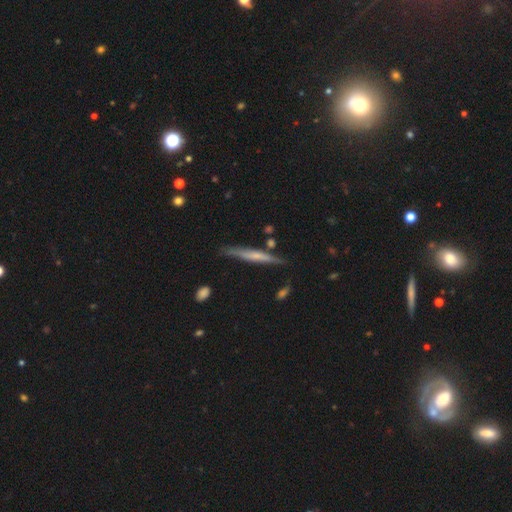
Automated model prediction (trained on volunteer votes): smooth-or-featured: featured or disk: 49% | smooth: 45% | star or artifact: 6%
  merging: none: 77% | minor disturbance: 16% | merger: 4% | major disturbance: 3%